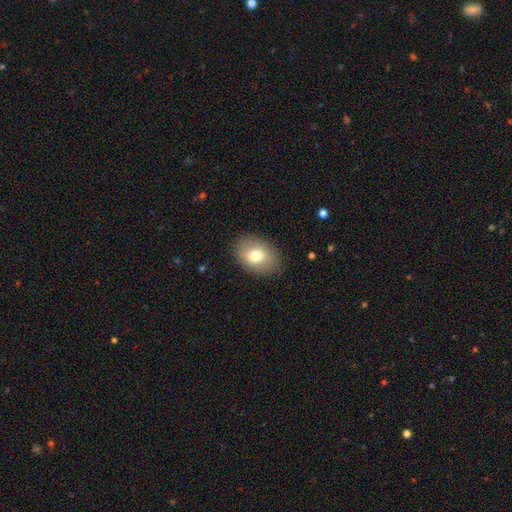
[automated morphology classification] The model was most divided on "how rounded": in between: 75%, round: 23%, cigar-shaped: 1%. More confident: merging — none (85%); smooth or featured — smooth (75%).